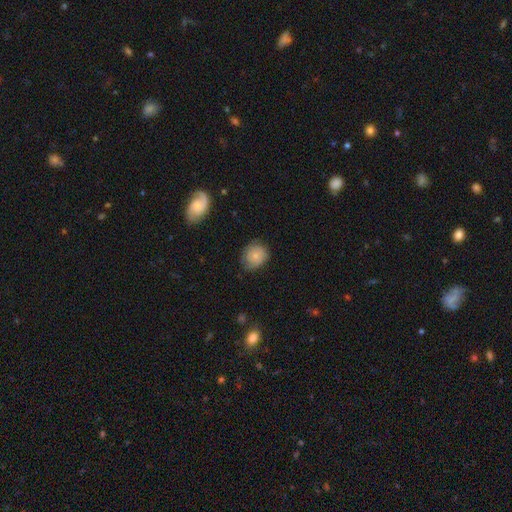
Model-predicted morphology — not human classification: Smooth or featured?
  - smooth: 73% *
  - featured or disk: 19%
  - star or artifact: 8%
How rounded?
  - round: 72% *
  - in between: 27%
  - cigar-shaped: 1%
Merging?
  - none: 70% *
  - minor disturbance: 23%
  - major disturbance: 5%
  - merger: 1%